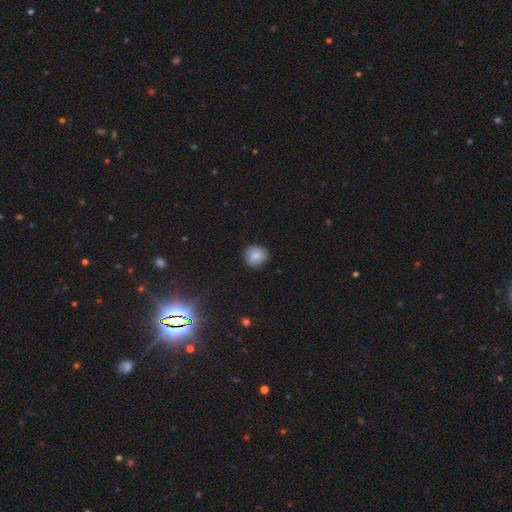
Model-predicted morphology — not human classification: A smooth galaxy with no disk features (80%) that is round (86%). Merging: none (83%).